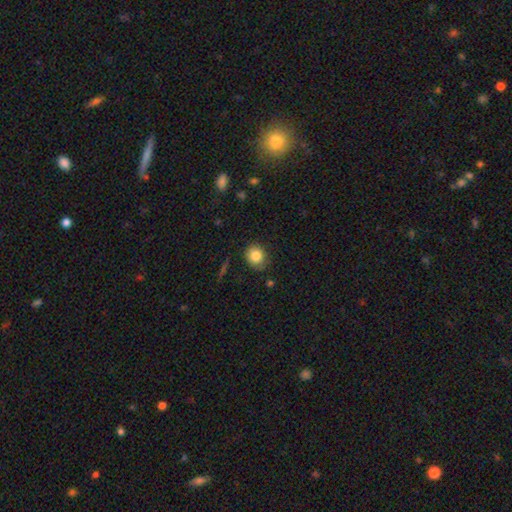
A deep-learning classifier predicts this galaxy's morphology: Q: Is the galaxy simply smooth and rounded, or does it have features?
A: smooth — 84%.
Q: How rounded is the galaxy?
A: round — 76%.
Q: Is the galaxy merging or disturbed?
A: none — 78%.